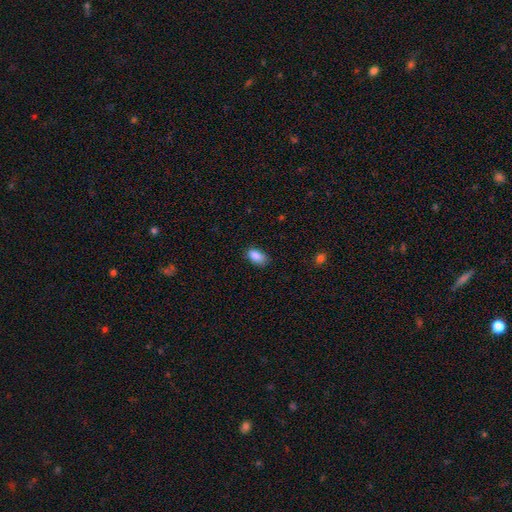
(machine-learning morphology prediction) This is clearly a smooth galaxy (88%). How rounded: clearly in between (92%). Merging: likely none (78%).